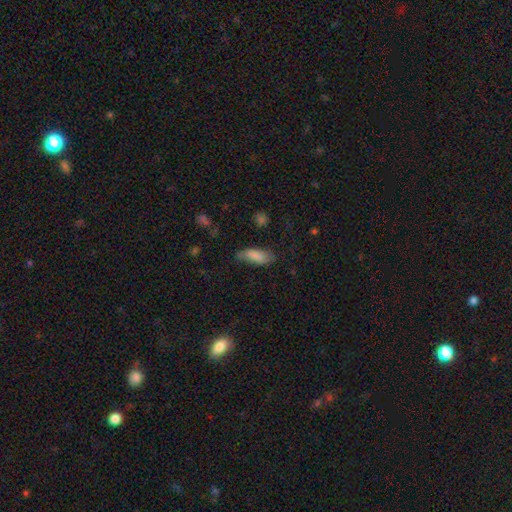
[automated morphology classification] smooth_or_featured: smooth (p=0.82) [alt: featured or disk p=0.11]
how_rounded: in between (p=0.69) [alt: cigar-shaped p=0.29]
merging: none (p=0.65) [alt: minor disturbance p=0.26]